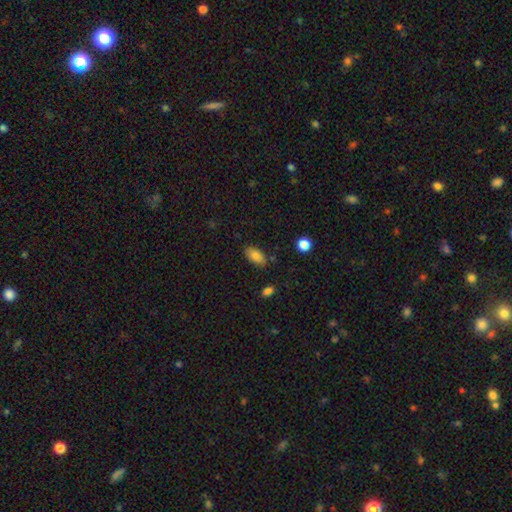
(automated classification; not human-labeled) Overall: smooth (81%). How rounded: in between (92%). Merging: none (81%).